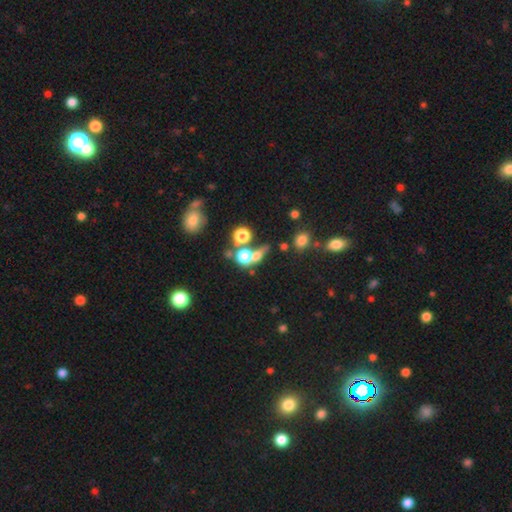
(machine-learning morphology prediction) smooth_or_featured: smooth (p=0.60) [alt: star or artifact p=0.22]
how_rounded: round (p=0.66) [alt: in between p=0.26]
merging: merger (p=0.42) [alt: none p=0.38]